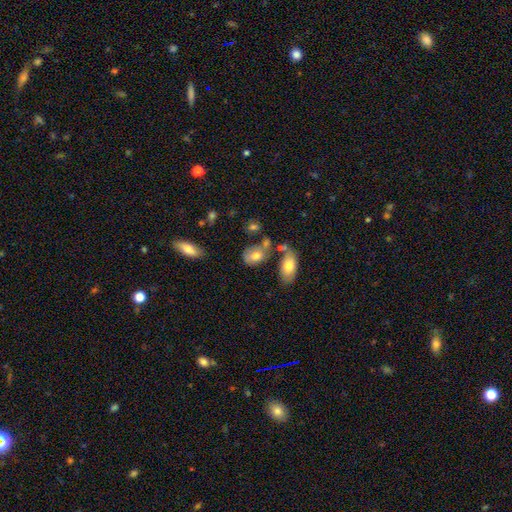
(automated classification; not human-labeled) This appears to be a smooth galaxy with no disk features (73%) that is in between round and cigar-shaped (83%). Merging: none (41%).